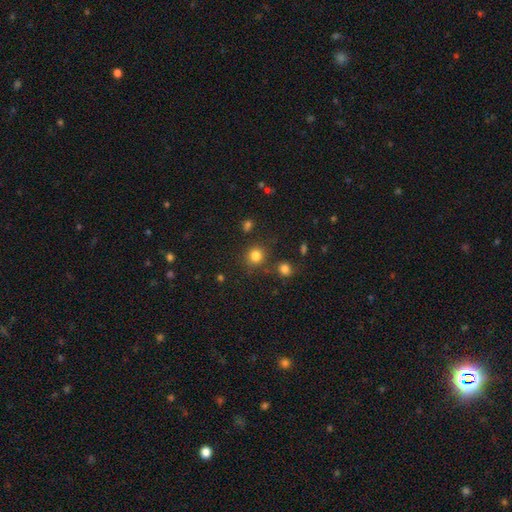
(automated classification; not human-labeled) Smooth or featured? smooth (81%)
How rounded? round (87%)
Merging? none (79%)